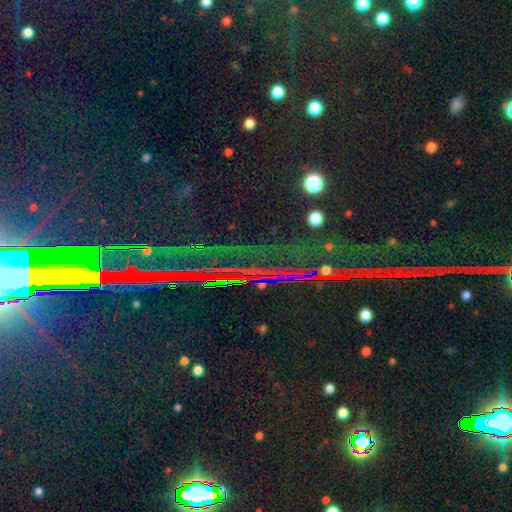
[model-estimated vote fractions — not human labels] The model was most divided on "smooth or featured": star or artifact: 87%, featured or disk: 7%, smooth: 6%.